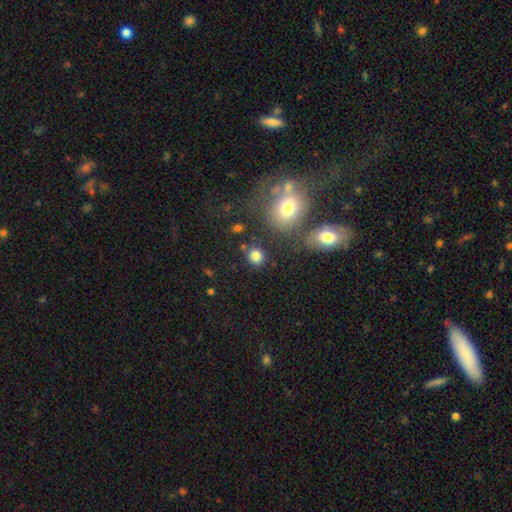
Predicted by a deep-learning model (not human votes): smooth-or-featured: smooth: 82% | star or artifact: 12% | featured or disk: 6%
  how-rounded: round: 82% | in between: 17% | cigar-shaped: 1%
  merging: none: 82% | minor disturbance: 9% | merger: 6% | major disturbance: 3%